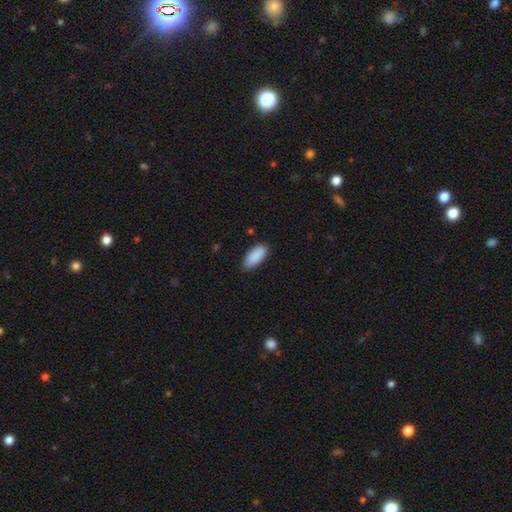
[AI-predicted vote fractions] smooth 90%, star or artifact 6%, featured or disk 4%. Down the decision tree: how rounded — in between (86%); merging — none (84%).